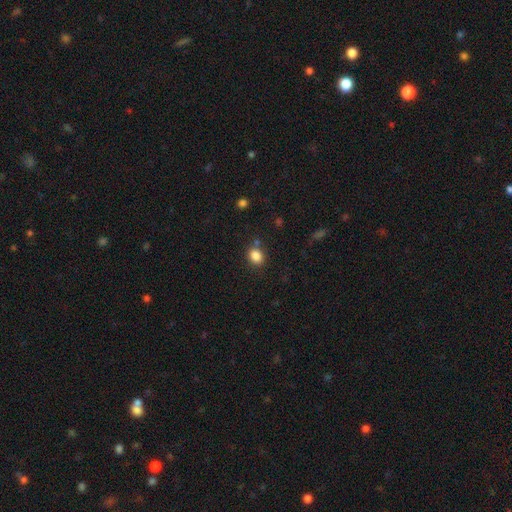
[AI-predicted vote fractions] Morphology: type=smooth (85%); roundness=in between (51%); merging=none (77%).